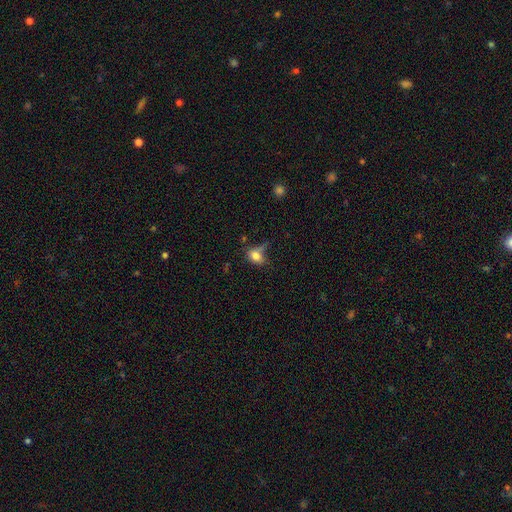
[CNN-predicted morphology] The model was most divided on "merging": none: 44%, minor disturbance: 27%, major disturbance: 18%, merger: 11%. More confident: smooth or featured — smooth (78%); how rounded — in between (71%).